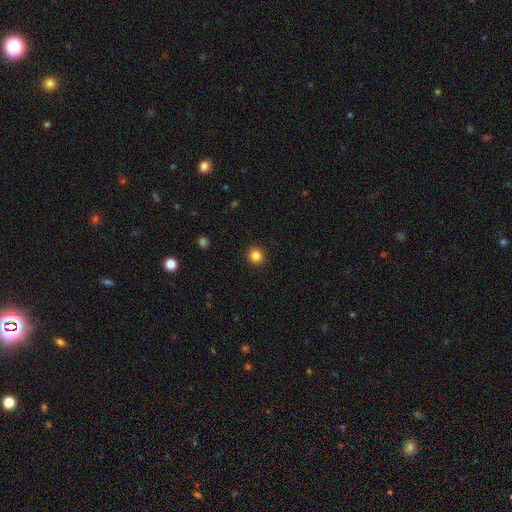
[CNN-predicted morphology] This is clearly a smooth galaxy (85%). How rounded: clearly round (86%). Merging: clearly none (92%).